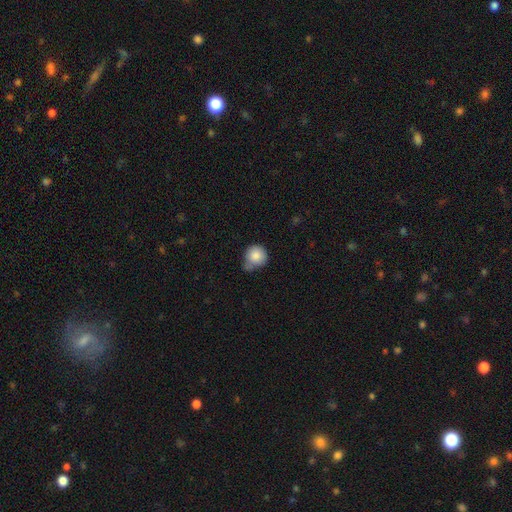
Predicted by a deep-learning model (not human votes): Overall: smooth (84%). How rounded: round (88%). Merging: none (45%; minor disturbance 34%).